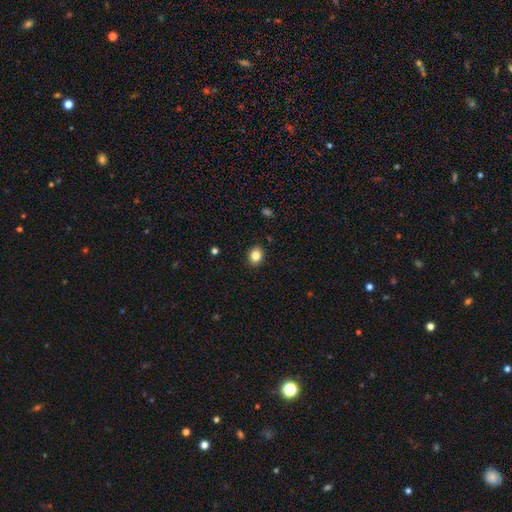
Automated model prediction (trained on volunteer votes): This appears to be a smooth galaxy with no disk features (83%) that is round (56%). Merging: none (90%).